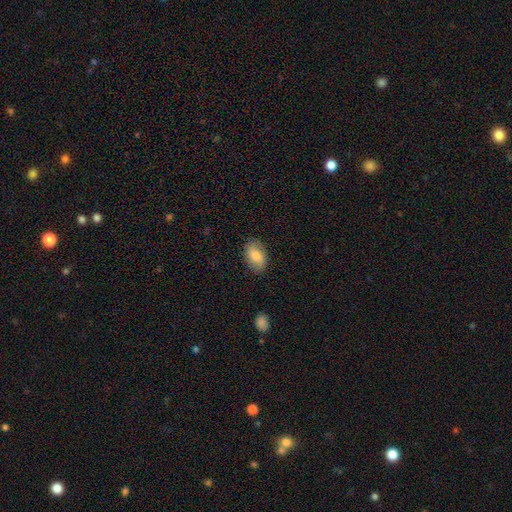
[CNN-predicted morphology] Smooth or featured: smooth — 78% (featured or disk — 15%)
How rounded: in between — 89% (round — 10%)
Merging: none — 84% (minor disturbance — 12%)